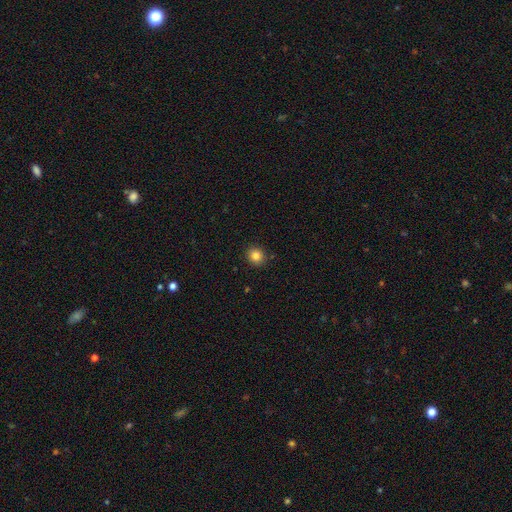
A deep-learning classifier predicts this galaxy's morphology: smooth-or-featured: smooth: 84% | star or artifact: 11% | featured or disk: 5%
  how-rounded: round: 86% | in between: 13% | cigar-shaped: 1%
  merging: none: 90% | minor disturbance: 7% | major disturbance: 2% | merger: 1%